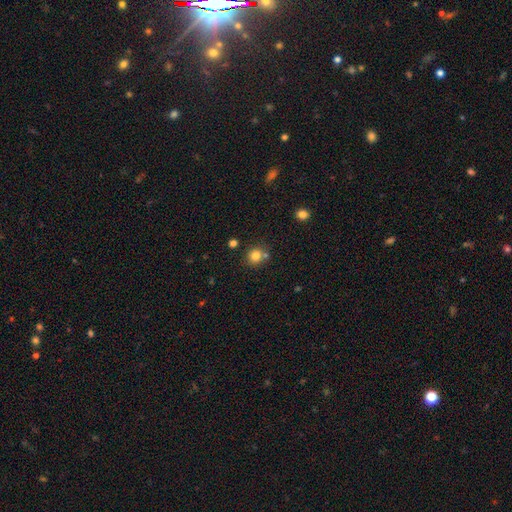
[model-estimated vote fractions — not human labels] Q: Smooth or featured?
A: smooth (81%); runner-up: star or artifact (13%)
Q: How rounded?
A: round (90%); runner-up: in between (9%)
Q: Merging?
A: none (71%); runner-up: merger (16%)